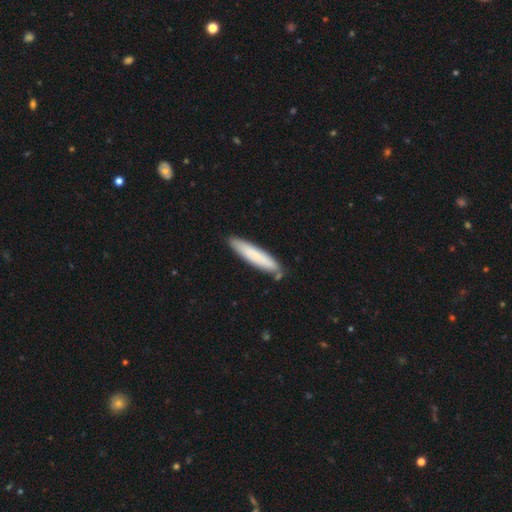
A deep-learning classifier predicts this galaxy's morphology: A smooth galaxy with no disk features (74%) that is cigar-shaped (87%).

Vote fractions:
- Smooth or featured? smooth: 74% / featured or disk: 20% / star or artifact: 6%
- How rounded? cigar-shaped: 87% / in between: 11% / round: 1%
- Merging? none: 83% / minor disturbance: 12% / merger: 3% / major disturbance: 2%